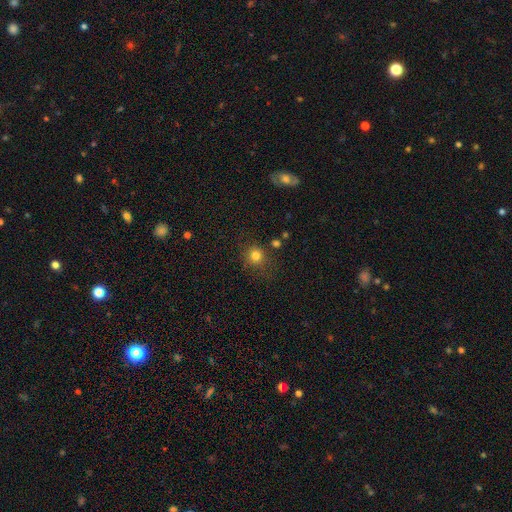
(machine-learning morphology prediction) A smooth galaxy with no disk features (78%) that is round (87%). Merging: none (79%).